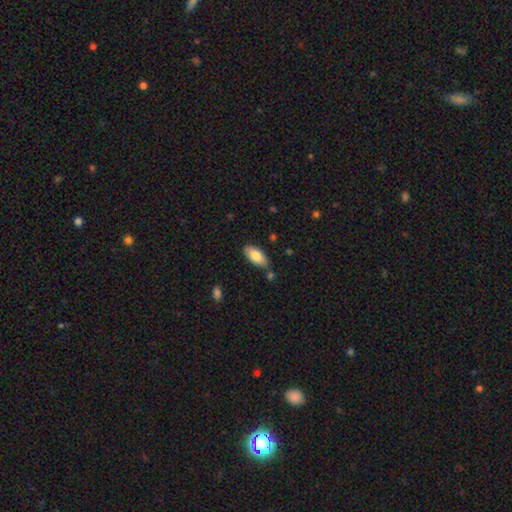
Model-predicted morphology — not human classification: A smooth galaxy with no disk features (81%) that is in between round and cigar-shaped (90%).

Vote fractions:
- Smooth or featured? smooth: 81% / featured or disk: 12% / star or artifact: 6%
- How rounded? in between: 90% / cigar-shaped: 8% / round: 2%
- Merging? none: 79% / minor disturbance: 13% / merger: 5% / major disturbance: 3%